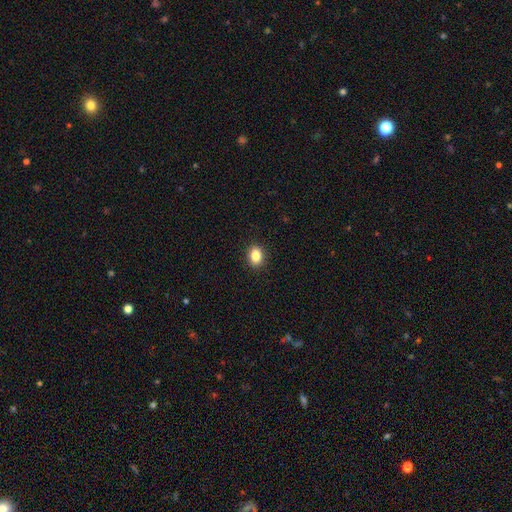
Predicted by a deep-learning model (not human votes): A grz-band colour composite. It shows a smooth galaxy with no disk features (87%) that is in between round and cigar-shaped (67%). Merging: none (91%).